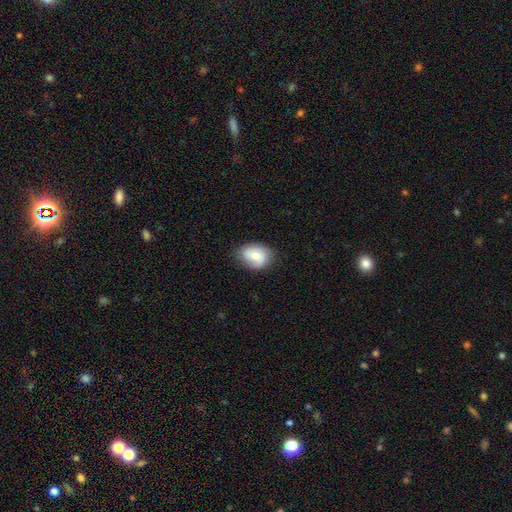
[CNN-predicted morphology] A smooth galaxy with no disk features (60%) that is in between round and cigar-shaped (67%).

Vote fractions:
- Smooth or featured? smooth: 60% / featured or disk: 32% / star or artifact: 7%
- How rounded? in between: 67% / round: 32% / cigar-shaped: 1%
- Merging? none: 74% / minor disturbance: 20% / major disturbance: 5% / merger: 1%